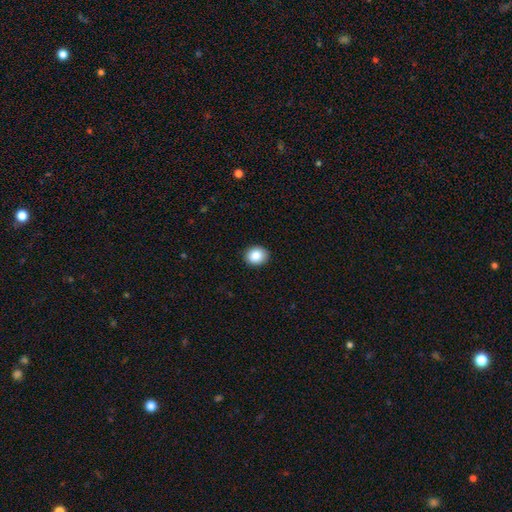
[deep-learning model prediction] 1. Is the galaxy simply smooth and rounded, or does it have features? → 87% smooth, 9% star or artifact, 4% featured or disk.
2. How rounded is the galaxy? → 62% round, 38% in between, 1% cigar-shaped.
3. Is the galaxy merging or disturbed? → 91% none, 7% minor disturbance, 2% major disturbance, 1% merger.